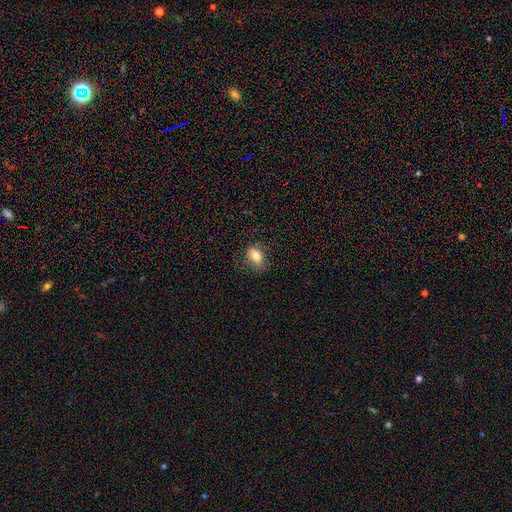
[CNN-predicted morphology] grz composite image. It shows a smooth galaxy with no disk features (78%) that is in between round and cigar-shaped (78%). Merging: none (75%).